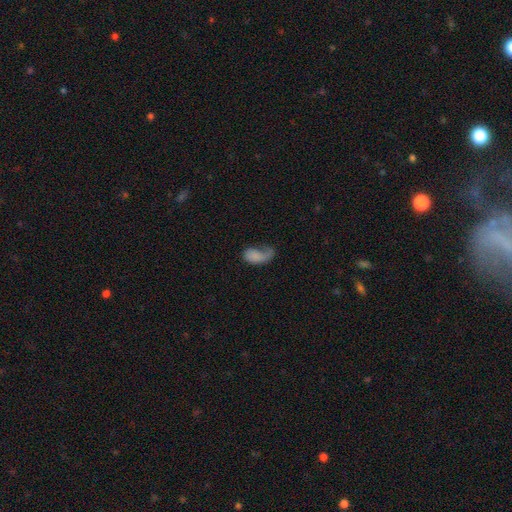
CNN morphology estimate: smooth_or_featured: smooth (p=0.64) [alt: featured or disk p=0.27]
how_rounded: in between (p=0.90) [alt: round p=0.08]
merging: major disturbance (p=0.47) [alt: none p=0.27]